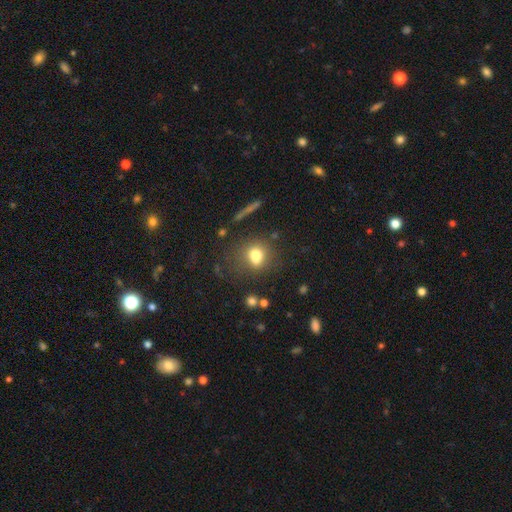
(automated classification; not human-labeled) smooth 76%, star or artifact 13%, featured or disk 11%. Down the decision tree: how rounded — round (51%); merging — none (59%).